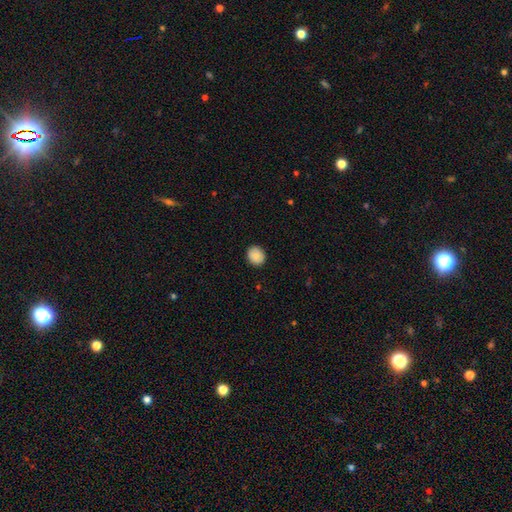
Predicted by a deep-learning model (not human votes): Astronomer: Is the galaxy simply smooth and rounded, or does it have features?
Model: smooth — 83%.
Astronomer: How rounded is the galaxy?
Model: round — 74%.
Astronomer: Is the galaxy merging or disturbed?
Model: none — 89%.